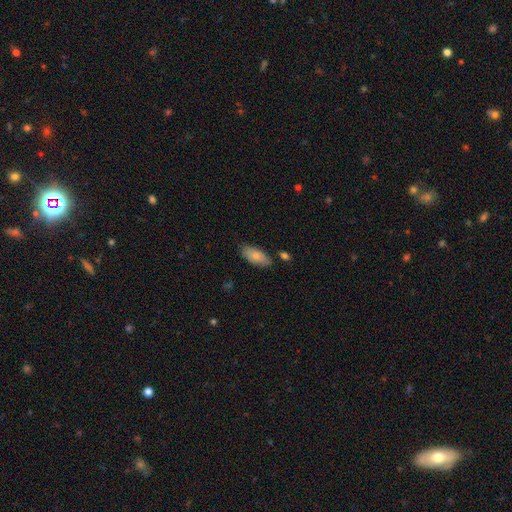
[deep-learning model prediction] Smooth or featured?
  - smooth: 76% *
  - featured or disk: 18%
  - star or artifact: 6%
How rounded?
  - in between: 88% *
  - cigar-shaped: 9%
  - round: 2%
Merging?
  - none: 77% *
  - minor disturbance: 16%
  - merger: 4%
  - major disturbance: 3%